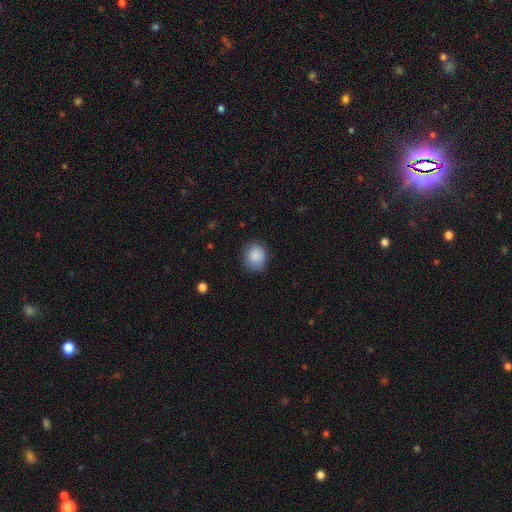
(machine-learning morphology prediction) type=smooth (88%); roundness=round (71%); merging=none (84%).